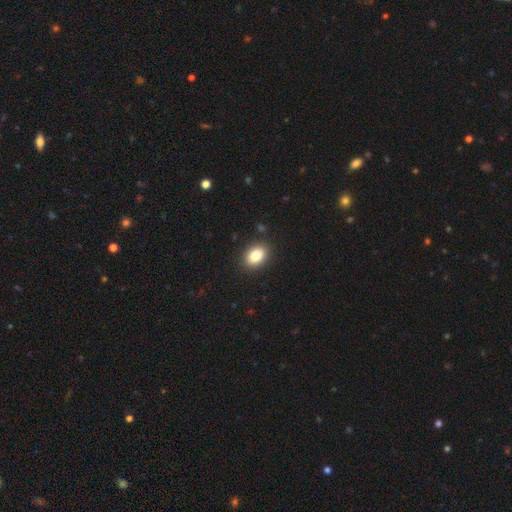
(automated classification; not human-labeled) Smooth or featured?
  - smooth: 83% *
  - star or artifact: 9%
  - featured or disk: 8%
How rounded?
  - in between: 73% *
  - round: 26%
  - cigar-shaped: 1%
Merging?
  - none: 89% *
  - minor disturbance: 8%
  - major disturbance: 2%
  - merger: 1%